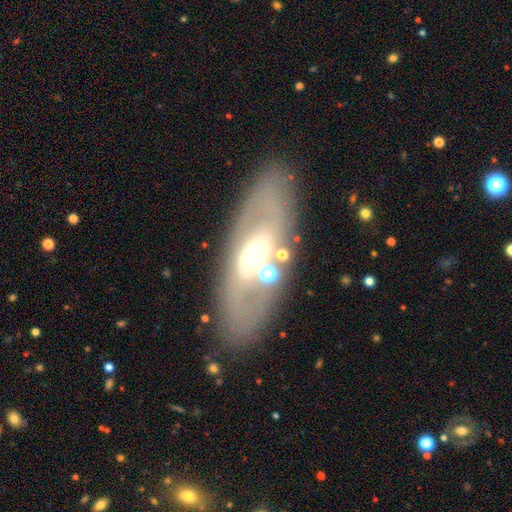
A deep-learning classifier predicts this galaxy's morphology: type=featured or disk (68%); edge-on=no (82%); bar=no (51%); spiral arms=no (62%); bulge=moderate (59%); merging=none (72%).